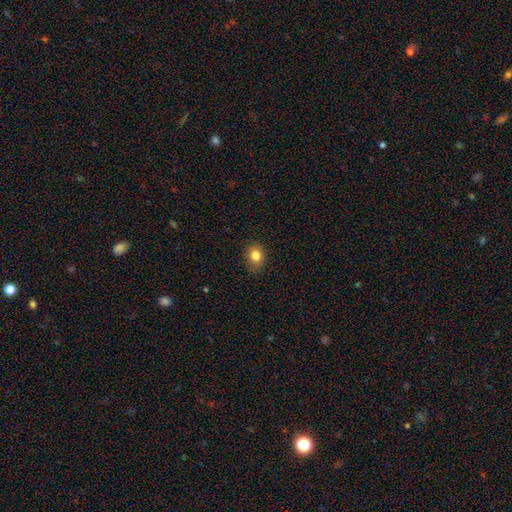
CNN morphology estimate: Q: Smooth or featured?
A: smooth (82%); runner-up: star or artifact (10%)
Q: How rounded?
A: round (51%); runner-up: in between (49%)
Q: Merging?
A: none (85%); runner-up: minor disturbance (12%)